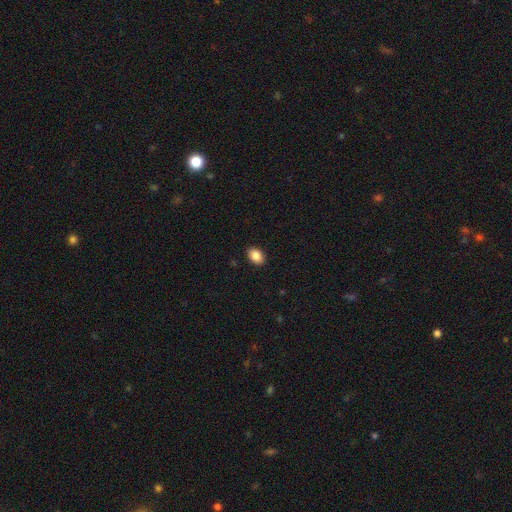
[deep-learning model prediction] smooth_or_featured: smooth (p=0.88) [alt: star or artifact p=0.08]
how_rounded: in between (p=0.81) [alt: round p=0.17]
merging: none (p=0.90) [alt: minor disturbance p=0.07]